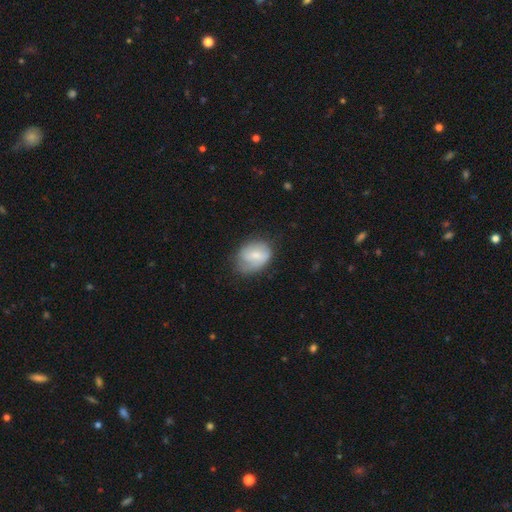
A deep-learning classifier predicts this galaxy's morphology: Smooth or featured? smooth (54%)
How rounded? in between (61%)
Merging? none (55%)